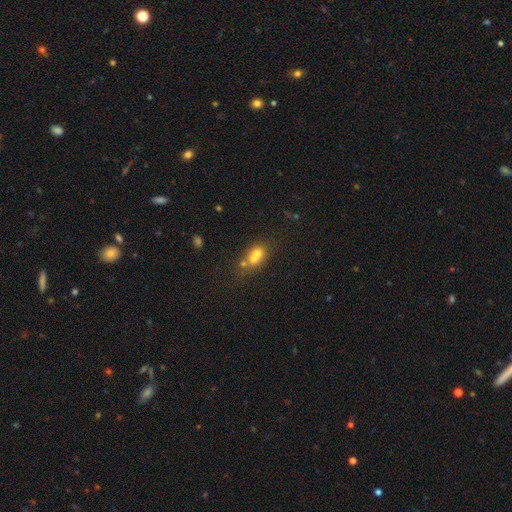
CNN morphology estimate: The model was most divided on "how rounded": round: 59%, in between: 39%, cigar-shaped: 2%. More confident: merging — merger (63%); smooth or featured — smooth (61%).